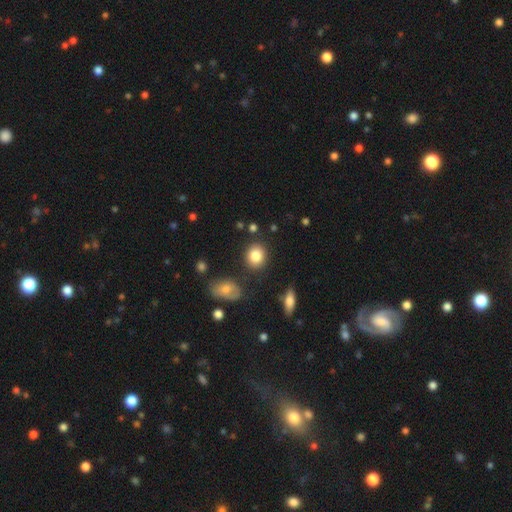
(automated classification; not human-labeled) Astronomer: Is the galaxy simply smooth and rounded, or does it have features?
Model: smooth — 84%.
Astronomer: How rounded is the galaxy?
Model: round — 67%.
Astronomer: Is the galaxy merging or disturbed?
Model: none — 85%.